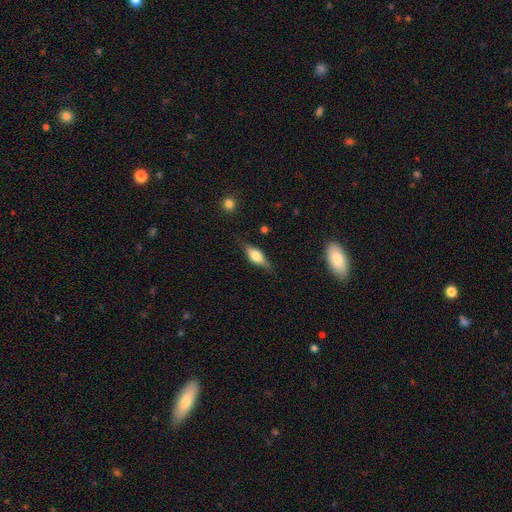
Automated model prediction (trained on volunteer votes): Morphology: type=smooth (49%); merging=none (75%).